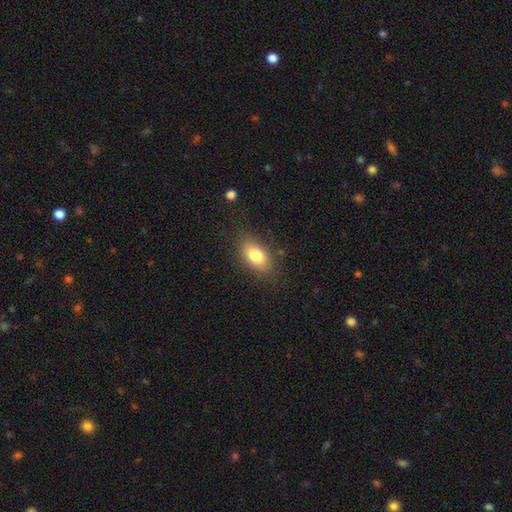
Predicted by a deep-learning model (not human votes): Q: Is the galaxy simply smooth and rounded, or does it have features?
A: smooth — 79%.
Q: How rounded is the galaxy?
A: in between — 87%.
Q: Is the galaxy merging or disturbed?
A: none — 81%.